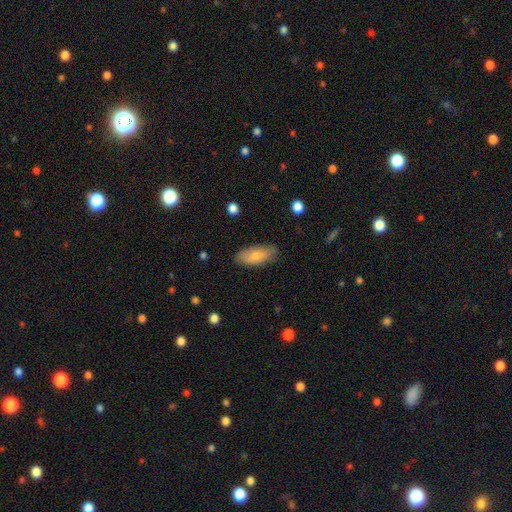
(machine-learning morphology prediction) Smooth or featured: smooth — 78% (featured or disk — 16%)
How rounded: in between — 85% (cigar-shaped — 12%)
Merging: none — 82% (minor disturbance — 14%)